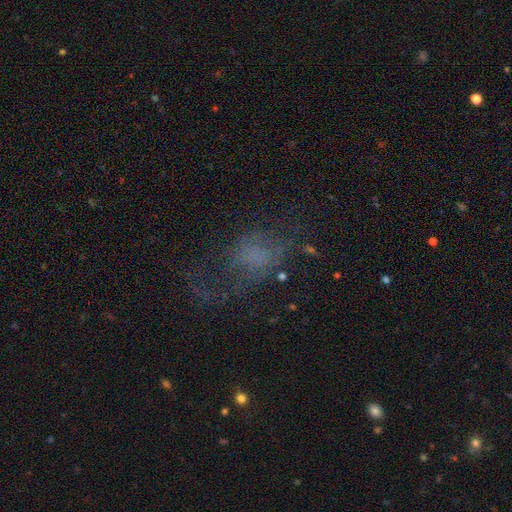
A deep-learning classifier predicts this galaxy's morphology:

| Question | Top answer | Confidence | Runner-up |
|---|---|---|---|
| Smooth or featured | smooth | 42% | featured or disk (36%) |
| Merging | major disturbance | 39% | tied: none (39%) |